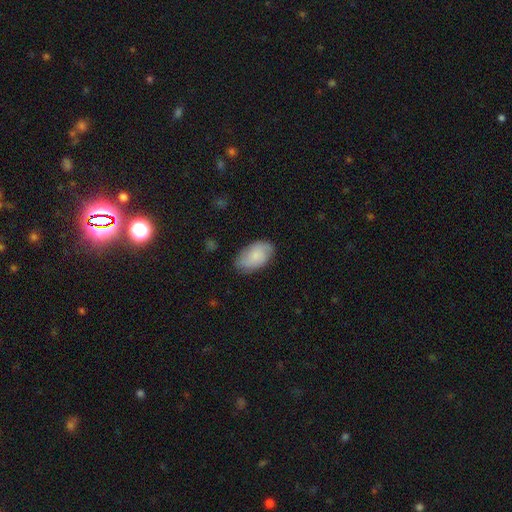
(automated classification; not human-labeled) This appears to be a smooth galaxy with no disk features (72%) that is in between round and cigar-shaped (94%). Merging: none (79%).